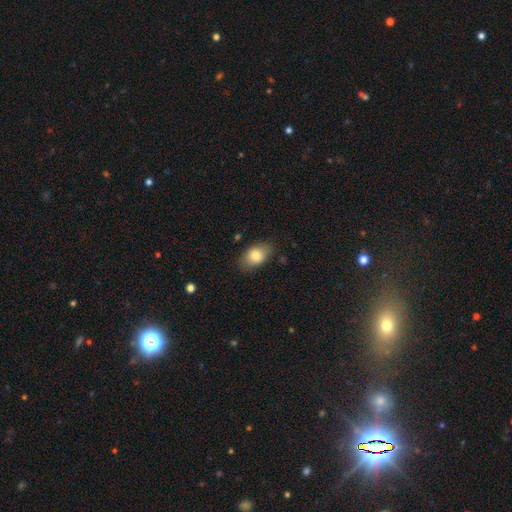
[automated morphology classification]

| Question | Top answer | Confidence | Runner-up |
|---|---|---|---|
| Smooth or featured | smooth | 81% | featured or disk (12%) |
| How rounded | in between | 86% | round (13%) |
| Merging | none | 80% | minor disturbance (15%) |